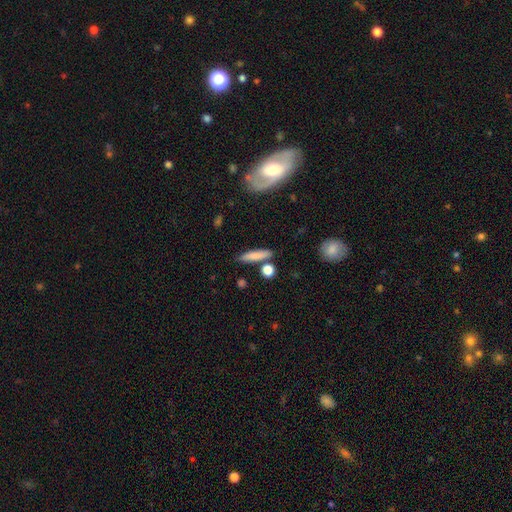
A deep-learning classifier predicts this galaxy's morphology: The model was most divided on "how rounded": cigar-shaped: 78%, in between: 18%, round: 4%. More confident: merging — none (80%); smooth or featured — smooth (79%).